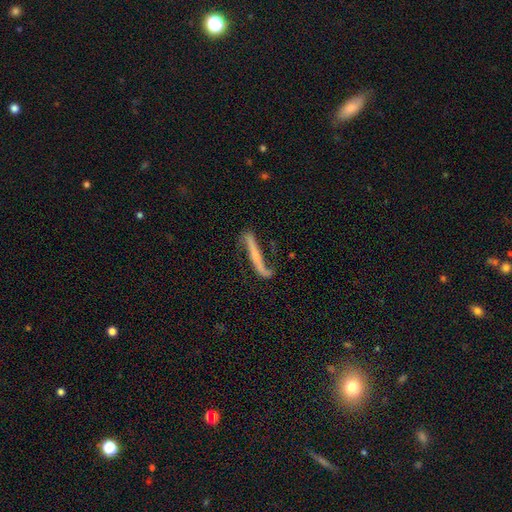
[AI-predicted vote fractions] Q: Smooth or featured?
A: featured or disk (74%); runner-up: smooth (20%)
Q: Edge-on disk?
A: yes (56%); runner-up: no (44%)
Q: Merging?
A: none (56%); runner-up: minor disturbance (25%)